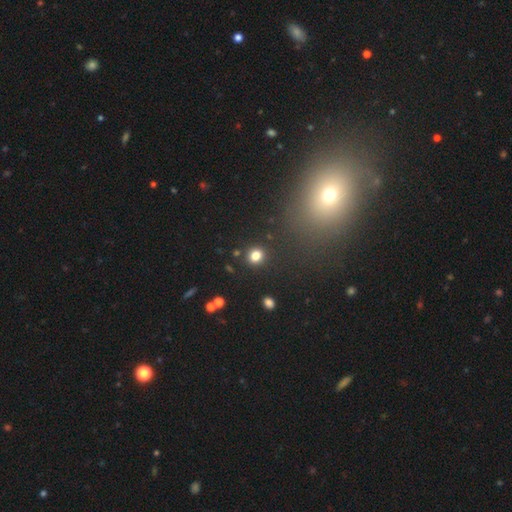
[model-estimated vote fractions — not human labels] Morphology: type=smooth (81%); roundness=round (82%); merging=none (88%).